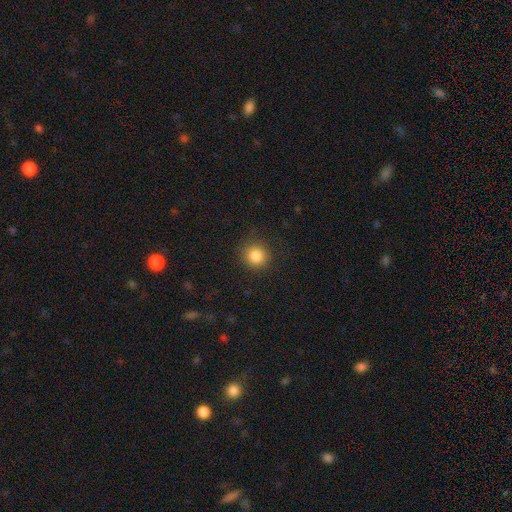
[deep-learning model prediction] Morphology: type=smooth (85%); roundness=round (92%); merging=none (89%).